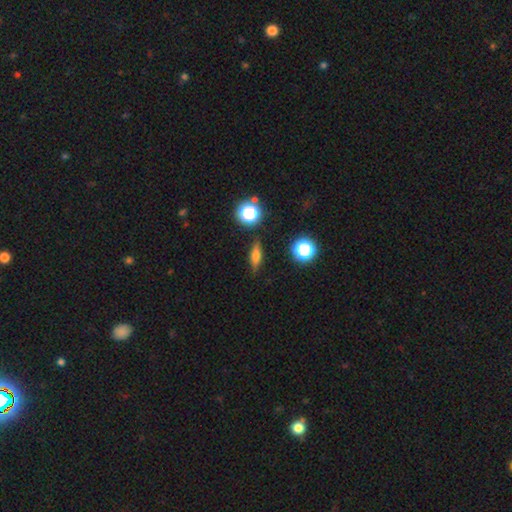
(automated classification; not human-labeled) A smooth galaxy with no disk features (55%) that is cigar-shaped (49%).

Vote fractions:
- Smooth or featured? smooth: 55% / featured or disk: 31% / star or artifact: 14%
- How rounded? cigar-shaped: 49% / in between: 34% / round: 18%
- Merging? none: 85% / minor disturbance: 10% / major disturbance: 3% / merger: 2%